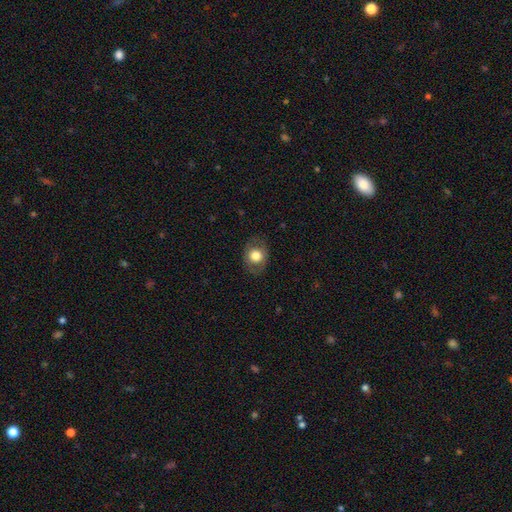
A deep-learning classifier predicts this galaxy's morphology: Smooth or featured? smooth (71%)
How rounded? round (53%)
Merging? none (80%)